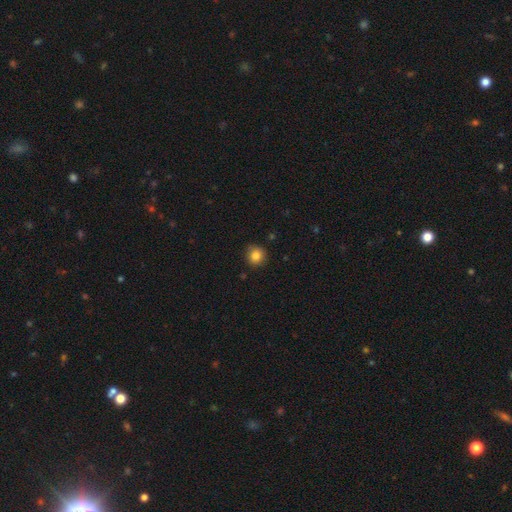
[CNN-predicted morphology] The model was most divided on "smooth or featured": smooth: 83%, star or artifact: 10%, featured or disk: 7%. More confident: how rounded — round (92%); merging — none (87%).